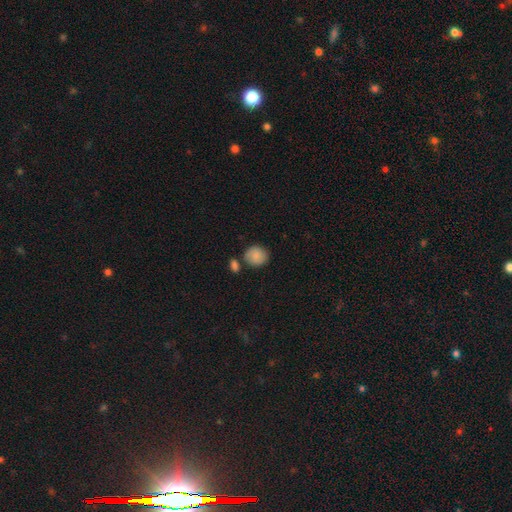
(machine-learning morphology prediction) Overall: smooth (87%). How rounded: round (78%). Merging: none (71%).